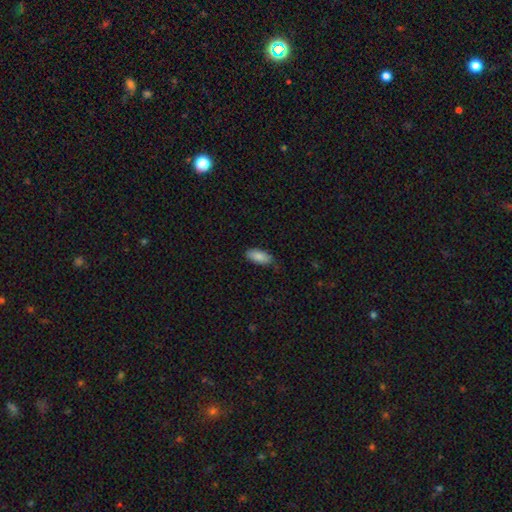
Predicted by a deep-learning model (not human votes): Smooth or featured: smooth — 85% (featured or disk — 8%)
How rounded: in between — 84% (cigar-shaped — 14%)
Merging: none — 76% (minor disturbance — 19%)